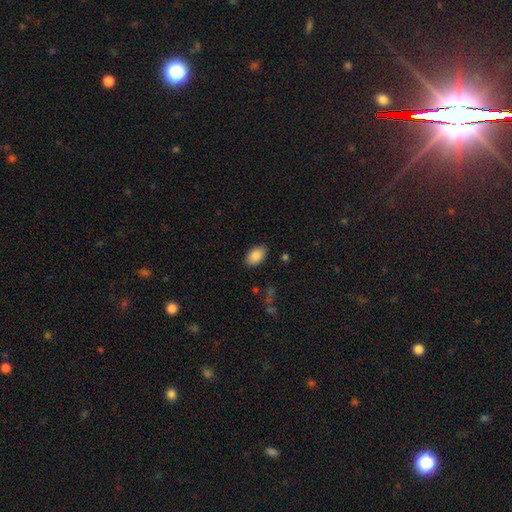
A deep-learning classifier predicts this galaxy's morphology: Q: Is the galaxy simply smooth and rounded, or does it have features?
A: smooth — 88%.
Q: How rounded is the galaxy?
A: in between — 91%.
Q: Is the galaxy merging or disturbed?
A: none — 87%.